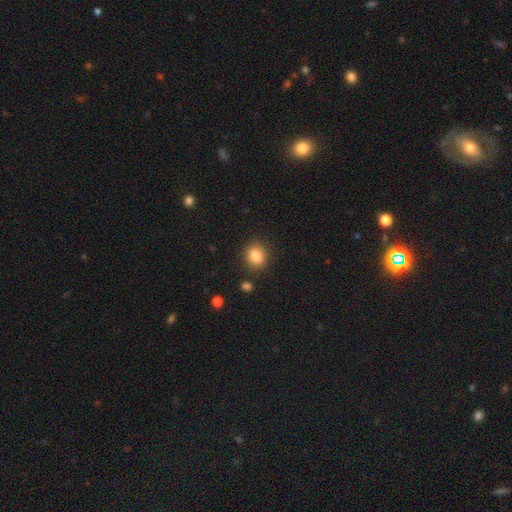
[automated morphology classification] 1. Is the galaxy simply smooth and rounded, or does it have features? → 85% smooth, 10% star or artifact, 5% featured or disk.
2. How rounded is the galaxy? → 61% round, 38% in between, 1% cigar-shaped.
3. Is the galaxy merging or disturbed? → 87% none, 8% minor disturbance, 3% major disturbance, 2% merger.